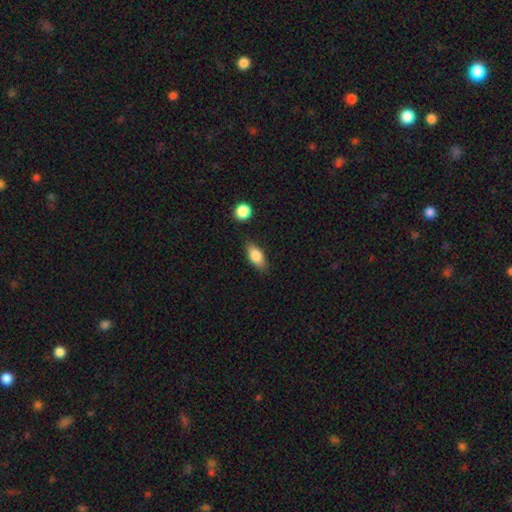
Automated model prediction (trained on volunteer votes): Smooth or featured? smooth (82%)
How rounded? in between (86%)
Merging? none (79%)